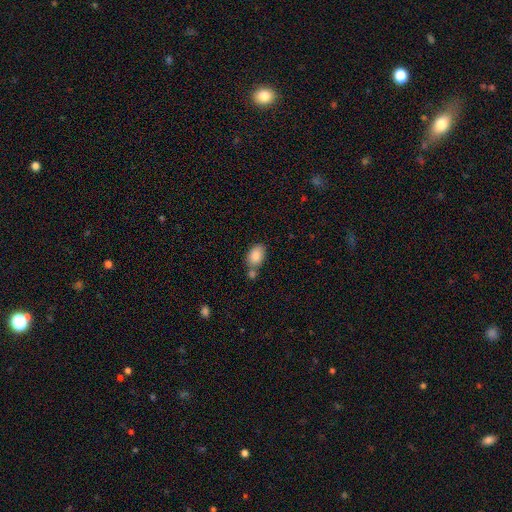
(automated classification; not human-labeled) smooth-or-featured: smooth: 85% | star or artifact: 8% | featured or disk: 7%
  how-rounded: in between: 87% | round: 11% | cigar-shaped: 1%
  merging: none: 58% | merger: 25% | minor disturbance: 14% | major disturbance: 4%